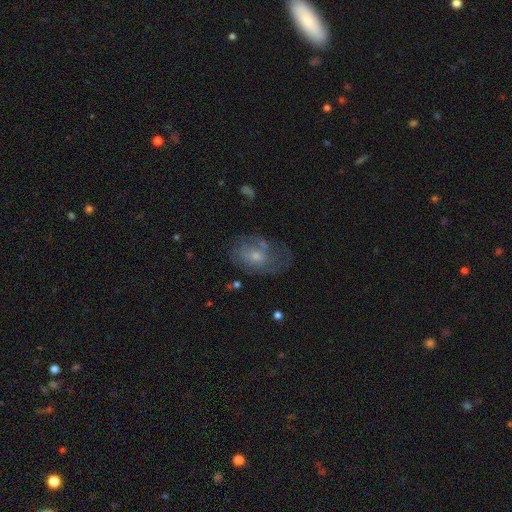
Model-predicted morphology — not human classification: featured or disk 54%, smooth 33%, star or artifact 13%. Down the decision tree: edge-on disk — no (95%); bar — no (78%); spiral arms — yes (65%); bulge size — small (47%); merging — none (54%).